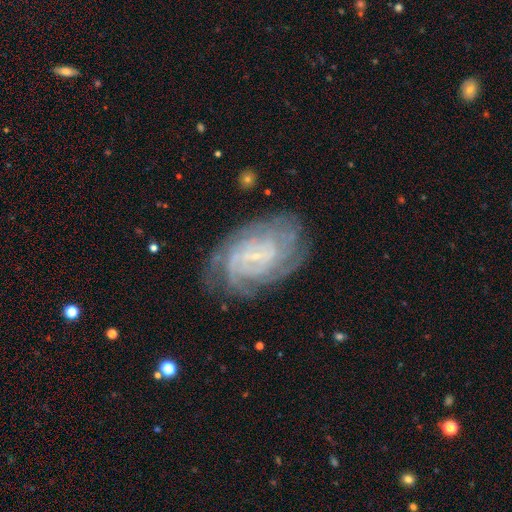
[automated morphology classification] Overall: featured or disk (85%). Edge-on disk: no (97%). Bar: weak (44%; no 41%). Spiral arms: yes (96%). Spiral arm count: can't tell (34%; 4 21%). Spiral winding: tight (72%). Bulge size: small (83%). Merging: none (72%).